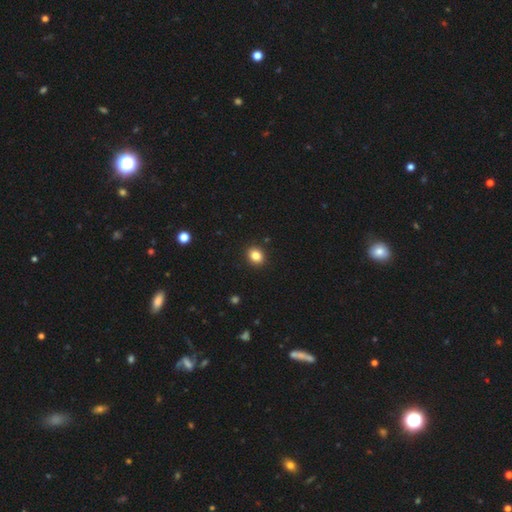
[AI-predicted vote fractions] A smooth galaxy with no disk features (84%) that is round (58%). Merging: none (91%).